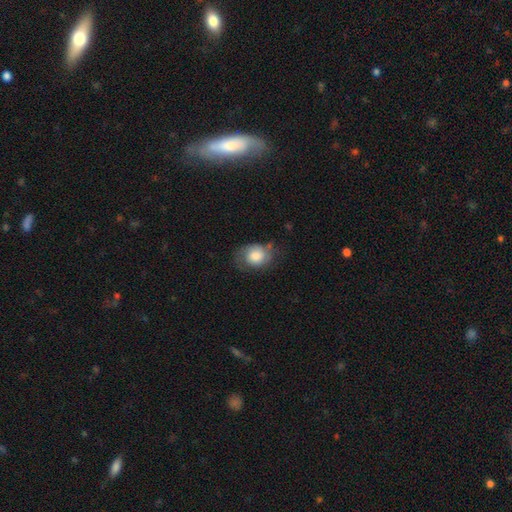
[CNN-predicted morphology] Smooth or featured?
  - smooth: 67% *
  - featured or disk: 25%
  - star or artifact: 8%
How rounded?
  - in between: 52% *
  - round: 47%
  - cigar-shaped: 1%
Merging?
  - none: 53% *
  - minor disturbance: 31%
  - major disturbance: 14%
  - merger: 2%